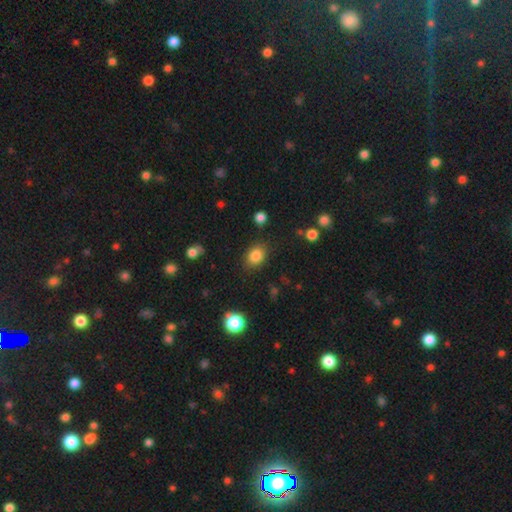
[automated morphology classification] Smooth or featured? Predicted: smooth (p=0.83). How rounded? Predicted: in between (p=0.61). Merging? Predicted: none (p=0.82).